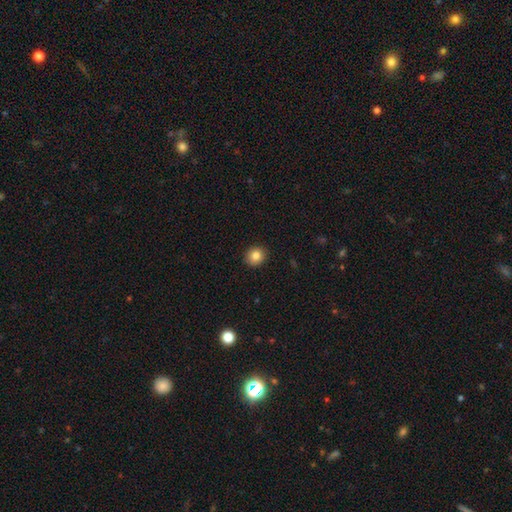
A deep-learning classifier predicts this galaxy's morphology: Smooth or featured?
  - smooth: 83% *
  - star or artifact: 10%
  - featured or disk: 7%
How rounded?
  - round: 83% *
  - in between: 17%
  - cigar-shaped: 1%
Merging?
  - none: 92% *
  - minor disturbance: 6%
  - major disturbance: 2%
  - merger: 1%